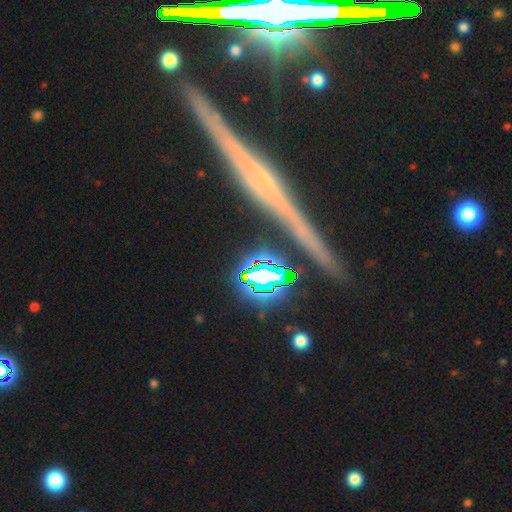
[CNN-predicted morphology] smooth-or-featured: featured or disk: 75% | star or artifact: 15% | smooth: 10%
  disk-edge-on: yes: 97% | no: 3%
    edge-on-bulge: rounded: 42% | none: 38% | boxy: 20%
  merging: none: 89% | minor disturbance: 7% | merger: 2% | major disturbance: 2%